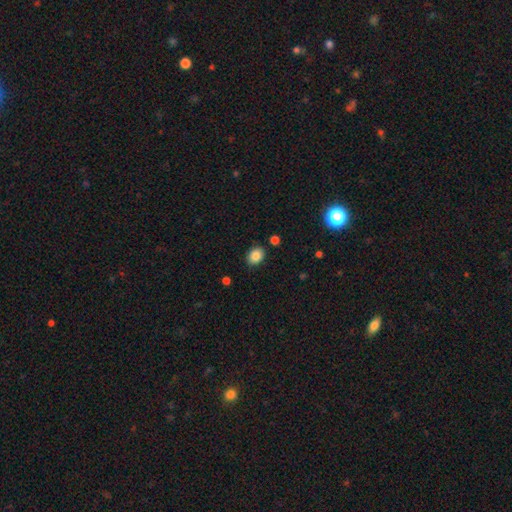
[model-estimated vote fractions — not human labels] Smooth or featured? smooth (86%)
How rounded? in between (62%)
Merging? none (85%)